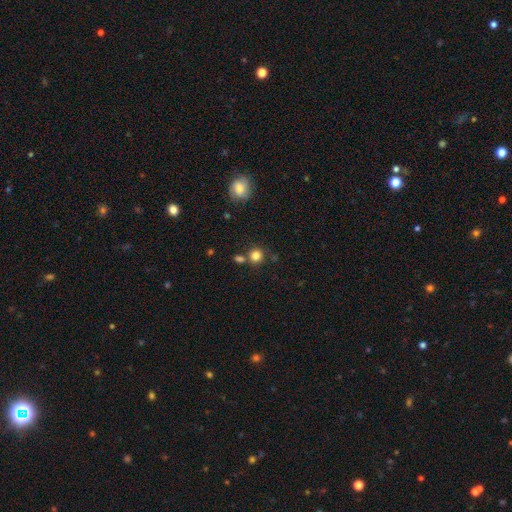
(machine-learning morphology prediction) smooth-or-featured: smooth: 81% | star or artifact: 13% | featured or disk: 6%
  how-rounded: round: 90% | in between: 9% | cigar-shaped: 1%
  merging: none: 73% | merger: 15% | minor disturbance: 9% | major disturbance: 3%